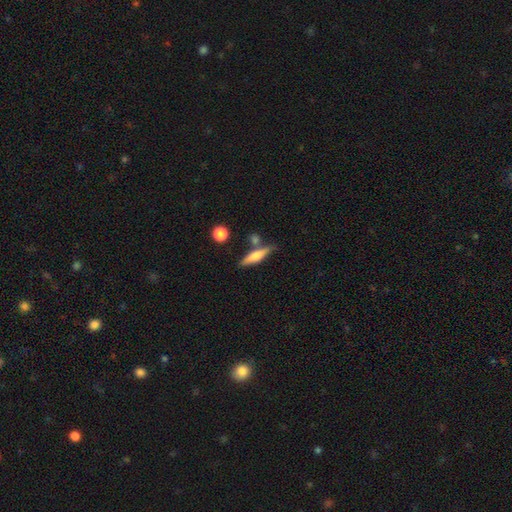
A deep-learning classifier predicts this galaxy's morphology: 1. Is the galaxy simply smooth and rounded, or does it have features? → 56% smooth, 38% featured or disk, 7% star or artifact.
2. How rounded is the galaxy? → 75% cigar-shaped, 22% in between, 3% round.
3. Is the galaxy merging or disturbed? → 71% none, 14% minor disturbance, 12% merger, 4% major disturbance.